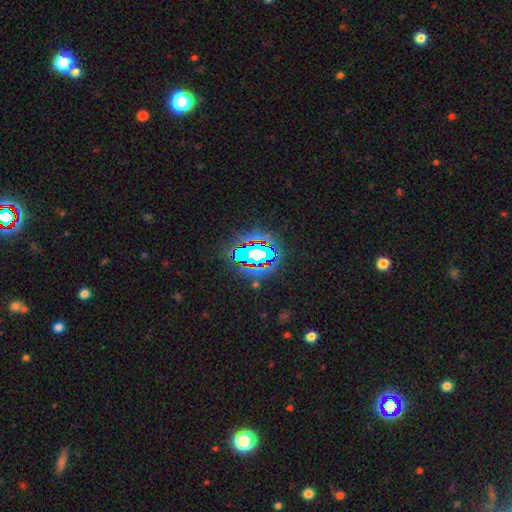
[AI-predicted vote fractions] Smooth or featured?
  - star or artifact: 57% *
  - smooth: 25%
  - featured or disk: 18%